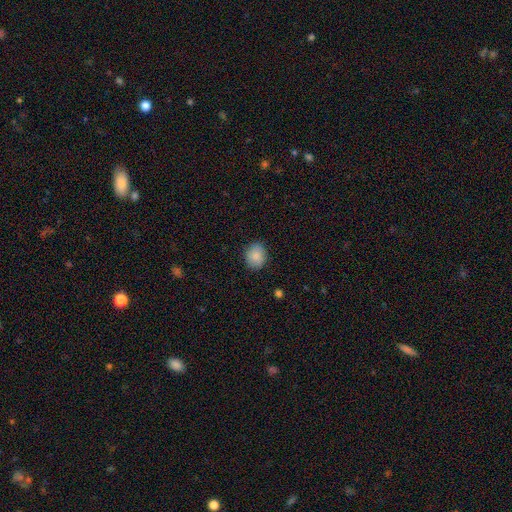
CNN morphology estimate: This is clearly a smooth galaxy (86%). How rounded: possibly round (56%). Merging: clearly none (87%).